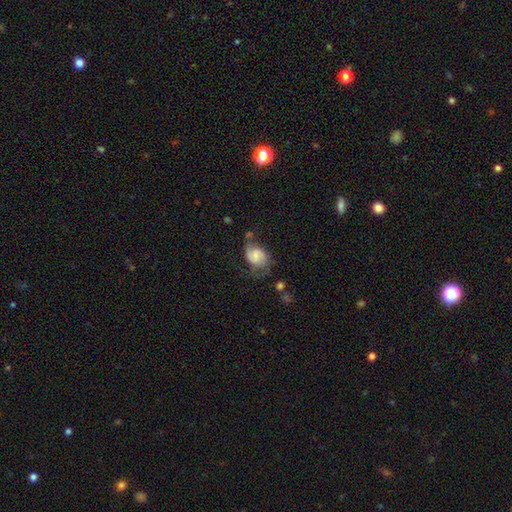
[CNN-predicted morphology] Smooth or featured: featured or disk — 57% (smooth — 35%)
Edge-on disk: no — 97% (yes — 3%)
Bar: no — 55% (weak — 36%)
Spiral arms: yes — 88% (no — 12%)
Bulge size: small — 39% (moderate — 27%)
Merging: none — 42% (major disturbance — 27%)